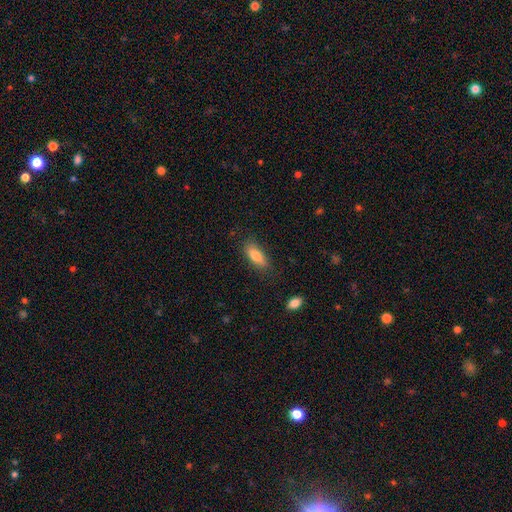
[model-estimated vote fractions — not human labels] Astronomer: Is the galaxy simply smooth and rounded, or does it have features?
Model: smooth — 78%.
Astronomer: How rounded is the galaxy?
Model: in between — 72%.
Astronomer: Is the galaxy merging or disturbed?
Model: none — 80%.